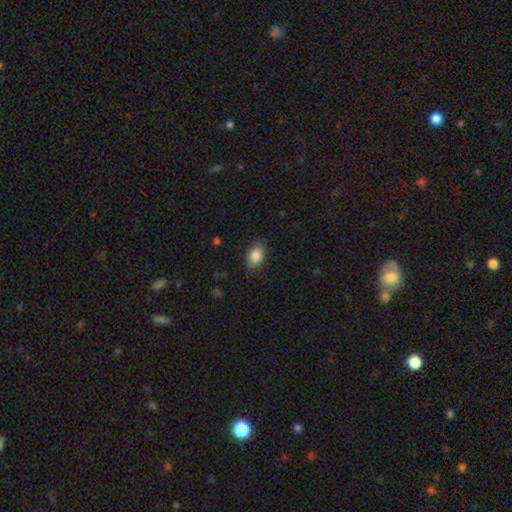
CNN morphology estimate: The model was most divided on "how rounded": in between: 79%, round: 20%, cigar-shaped: 1%. More confident: smooth or featured — smooth (84%); merging — none (80%).